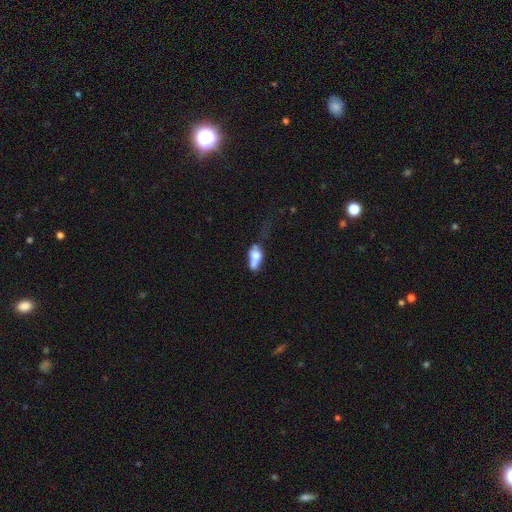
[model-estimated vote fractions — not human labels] Morphology: type=smooth (56%); roundness=in between (72%); merging=major disturbance (34%).